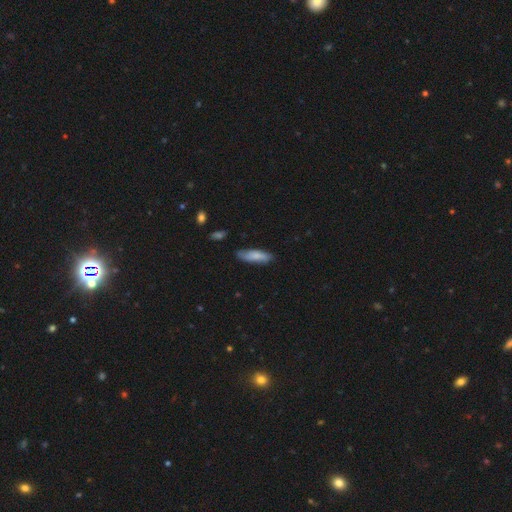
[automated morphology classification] This appears to be a smooth galaxy with no disk features (74%) that is cigar-shaped (54%). Merging: none (79%).